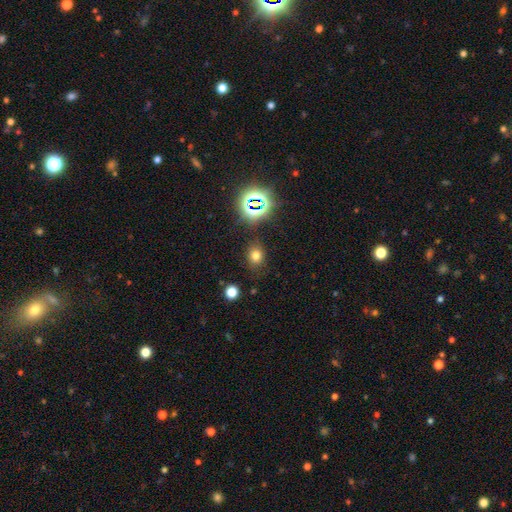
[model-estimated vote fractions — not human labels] Smooth or featured? Predicted: smooth (p=0.69). How rounded? Predicted: round (p=0.54). Merging? Predicted: none (p=0.82).